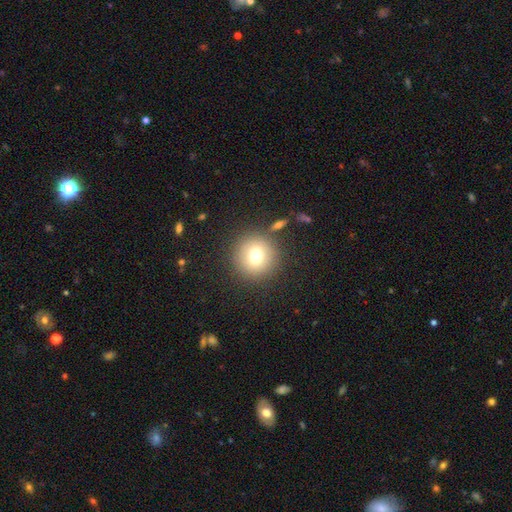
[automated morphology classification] Smooth or featured? smooth (73%)
How rounded? round (93%)
Merging? none (84%)